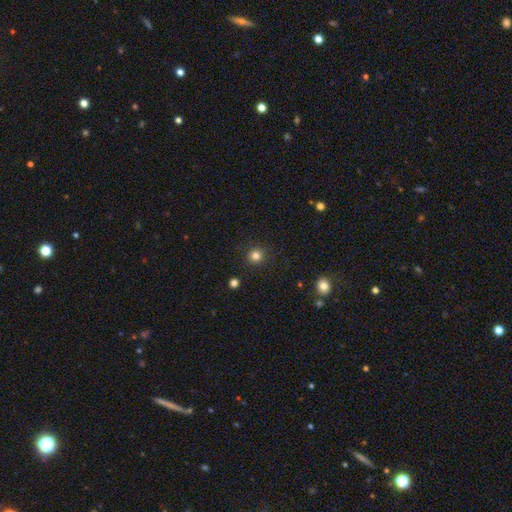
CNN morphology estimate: Smooth or featured: smooth — 82% (star or artifact — 13%)
How rounded: round — 94% (in between — 5%)
Merging: none — 91% (minor disturbance — 6%)